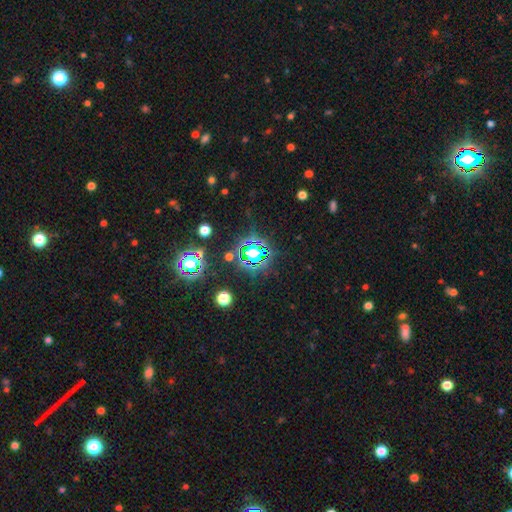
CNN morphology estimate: Smooth or featured? star or artifact (72%)